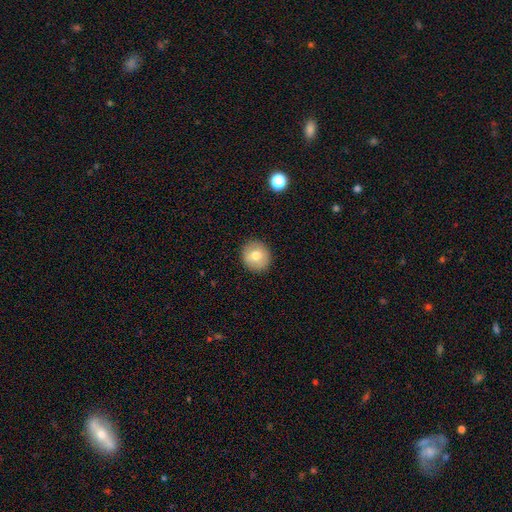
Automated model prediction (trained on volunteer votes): Overall: smooth (75%). How rounded: round (90%). Merging: none (91%).